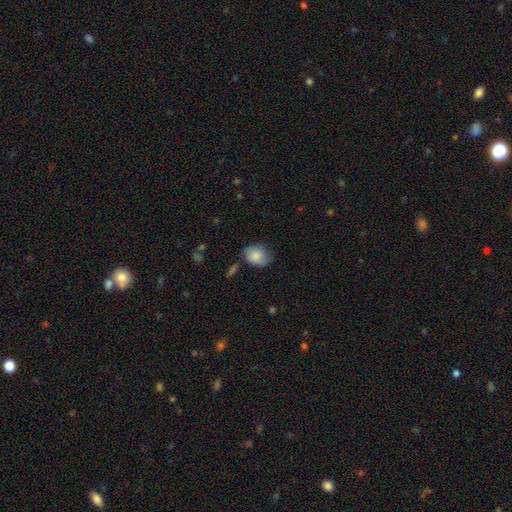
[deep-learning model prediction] This appears to be a smooth galaxy with no disk features (82%) that is in between round and cigar-shaped (55%). Merging: none (62%).